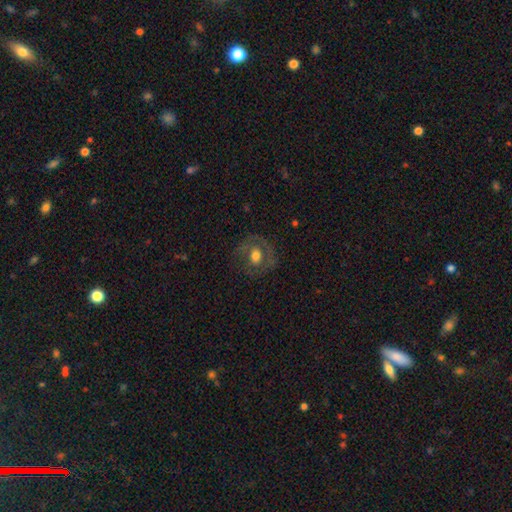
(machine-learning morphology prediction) This is possibly a smooth galaxy (50%). How rounded: likely round (71%). Merging: likely none (71%).